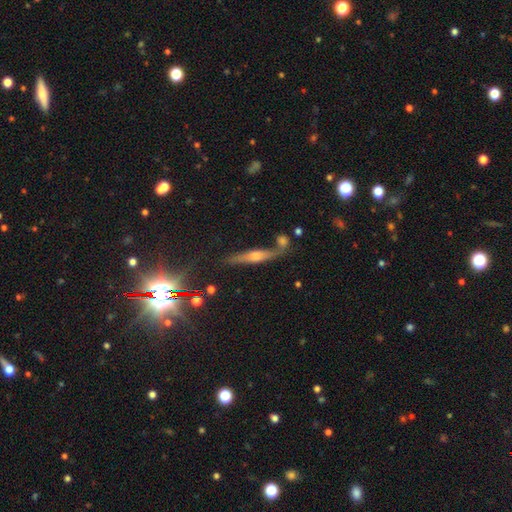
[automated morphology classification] type=featured or disk (59%); edge-on=yes (87%); edge-on bulge=rounded (80%); merging=none (61%).